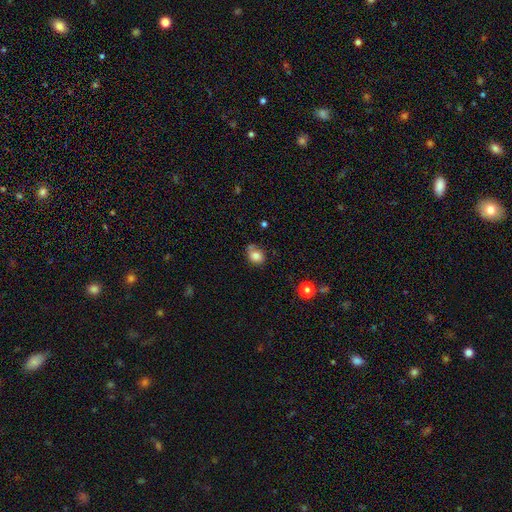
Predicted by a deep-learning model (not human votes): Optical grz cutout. It shows a smooth galaxy with no disk features (81%) that is round (52%). Merging: none (59%).